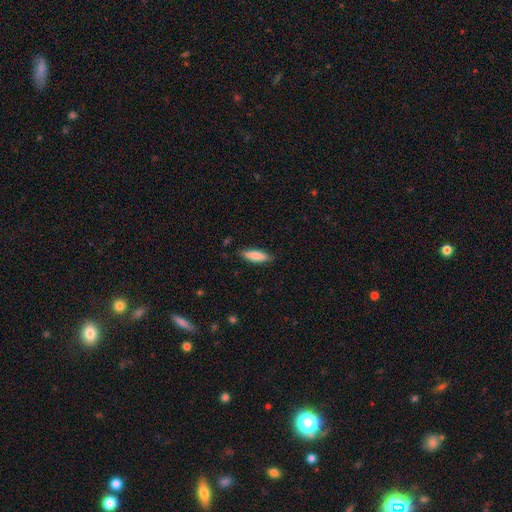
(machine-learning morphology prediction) smooth 85%, featured or disk 10%, star or artifact 6%. Down the decision tree: how rounded — cigar-shaped (54%); merging — none (85%).